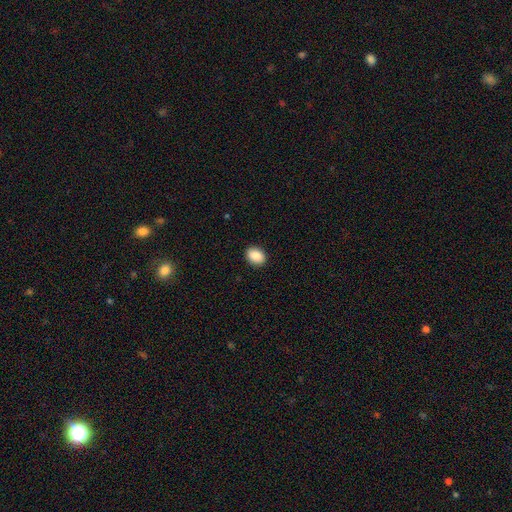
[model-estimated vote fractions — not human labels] Smooth or featured?
  - smooth: 89% *
  - star or artifact: 7%
  - featured or disk: 4%
How rounded?
  - in between: 71% *
  - round: 28%
  - cigar-shaped: 1%
Merging?
  - none: 90% *
  - minor disturbance: 7%
  - major disturbance: 2%
  - merger: 1%